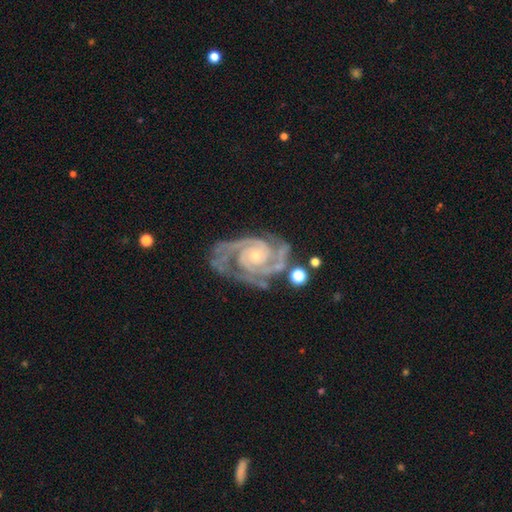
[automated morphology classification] Overall: featured or disk (92%). Edge-on disk: no (98%). Bar: no (71%). Spiral arms: yes (98%). Spiral arm count: 2 (59%; 3 24%). Spiral winding: tight (65%; medium 31%). Bulge size: small (73%). Merging: none (63%).